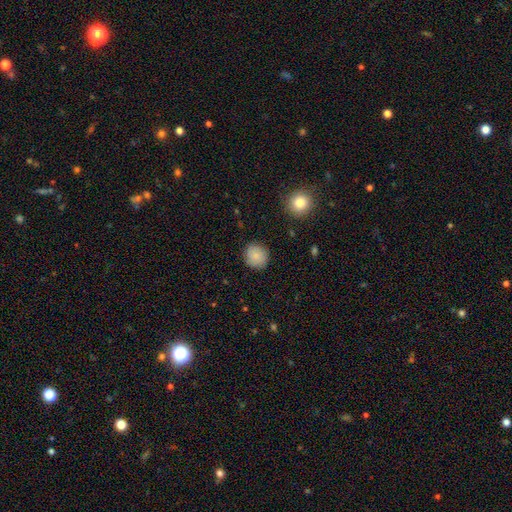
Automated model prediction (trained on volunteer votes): A smooth galaxy with no disk features (85%) that is round (87%). Merging: none (87%).